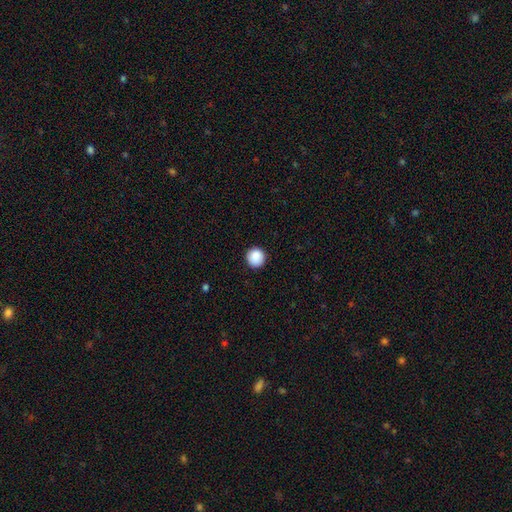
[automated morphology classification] A smooth galaxy with no disk features (88%) that is round (95%).

Vote fractions:
- Smooth or featured? smooth: 88% / star or artifact: 8% / featured or disk: 4%
- How rounded? round: 95% / in between: 4% / cigar-shaped: 1%
- Merging? none: 92% / minor disturbance: 5% / major disturbance: 2% / merger: 1%